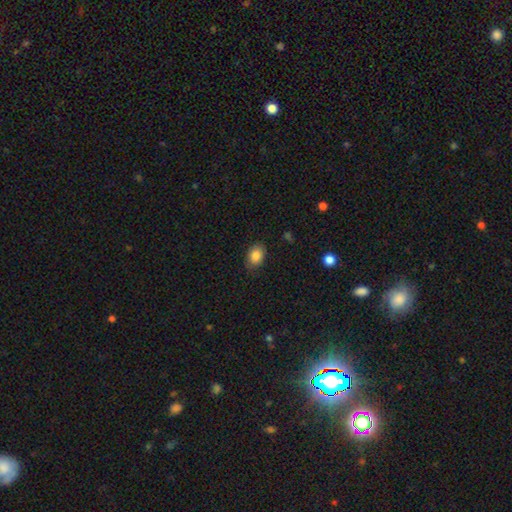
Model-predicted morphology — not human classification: type=smooth (86%); roundness=in between (74%); merging=none (78%).